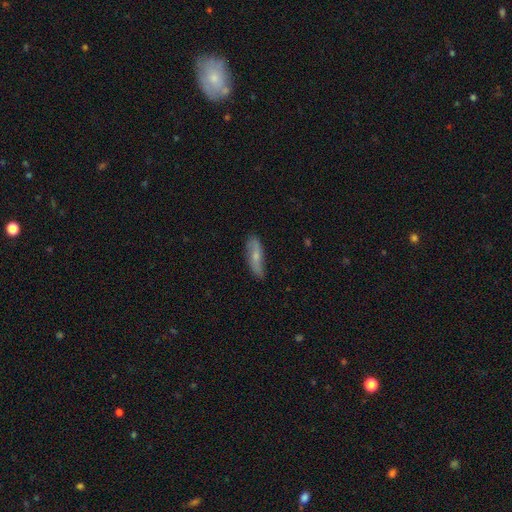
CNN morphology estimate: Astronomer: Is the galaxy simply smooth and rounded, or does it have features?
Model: smooth — 53% (runner-up: featured or disk, 41%).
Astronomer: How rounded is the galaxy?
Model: cigar-shaped — 53% (runner-up: in between, 44%).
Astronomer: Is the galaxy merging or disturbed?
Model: none — 79%.